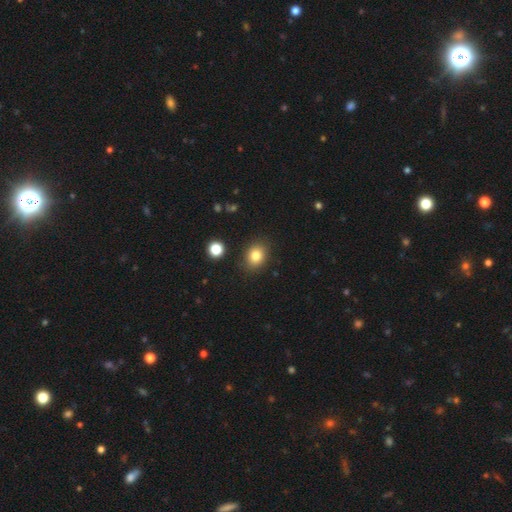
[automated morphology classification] Smooth or featured? Predicted: smooth (p=0.82). How rounded? Predicted: in between (p=0.51). Merging? Predicted: none (p=0.85).